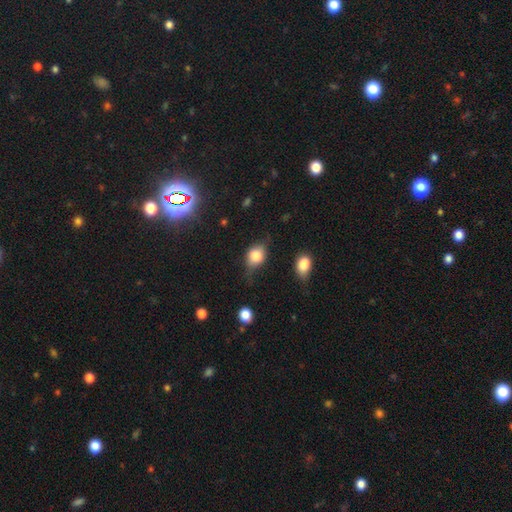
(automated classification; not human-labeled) Smooth or featured? smooth (72%)
How rounded? in between (59%)
Merging? none (57%)